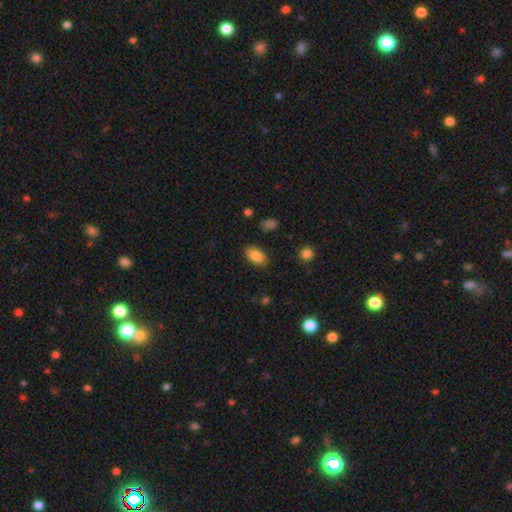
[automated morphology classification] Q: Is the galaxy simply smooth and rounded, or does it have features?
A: smooth — 85%.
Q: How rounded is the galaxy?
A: in between — 92%.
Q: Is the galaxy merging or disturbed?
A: none — 85%.